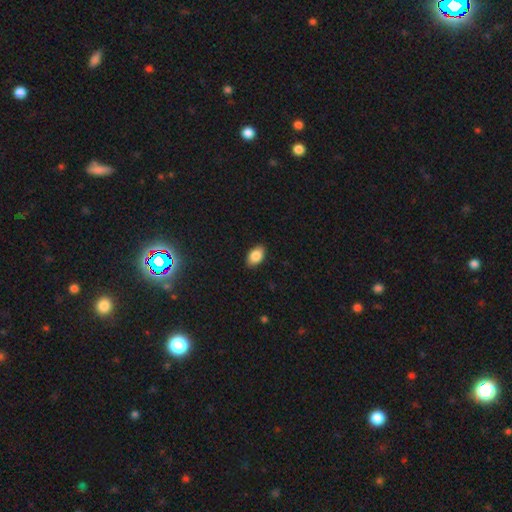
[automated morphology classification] Q: Smooth or featured?
A: smooth (87%); runner-up: star or artifact (7%)
Q: How rounded?
A: in between (91%); runner-up: round (7%)
Q: Merging?
A: none (88%); runner-up: minor disturbance (9%)